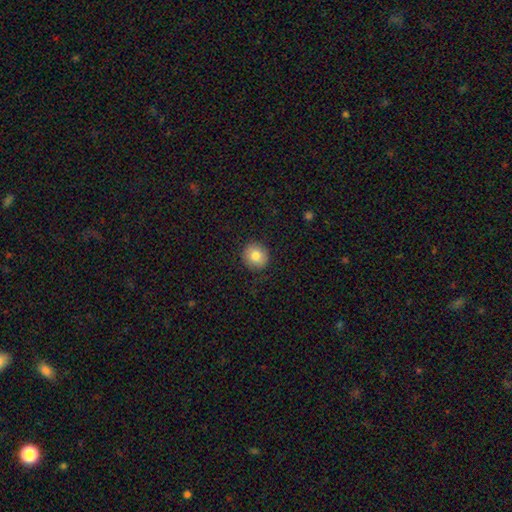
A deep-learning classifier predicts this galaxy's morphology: smooth-or-featured: smooth: 82% | featured or disk: 9% | star or artifact: 9%
  how-rounded: round: 89% | in between: 10% | cigar-shaped: 1%
  merging: none: 89% | minor disturbance: 8% | major disturbance: 2% | merger: 1%